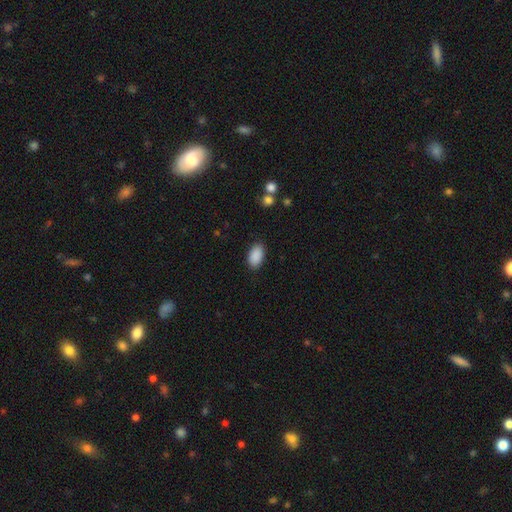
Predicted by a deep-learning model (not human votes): A smooth galaxy with no disk features (90%) that is in between round and cigar-shaped (94%).

Vote fractions:
- Smooth or featured? smooth: 90% / star or artifact: 7% / featured or disk: 3%
- How rounded? in between: 94% / round: 4% / cigar-shaped: 2%
- Merging? none: 88% / minor disturbance: 9% / major disturbance: 2% / merger: 1%